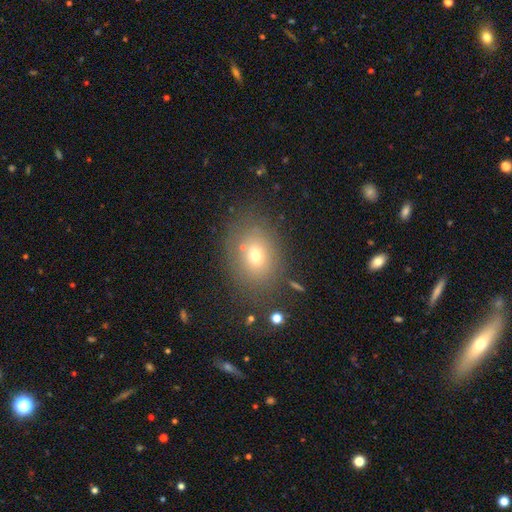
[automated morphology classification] Q: Smooth or featured?
A: smooth (68%); runner-up: featured or disk (16%)
Q: How rounded?
A: in between (59%); runner-up: round (40%)
Q: Merging?
A: none (76%); runner-up: minor disturbance (13%)